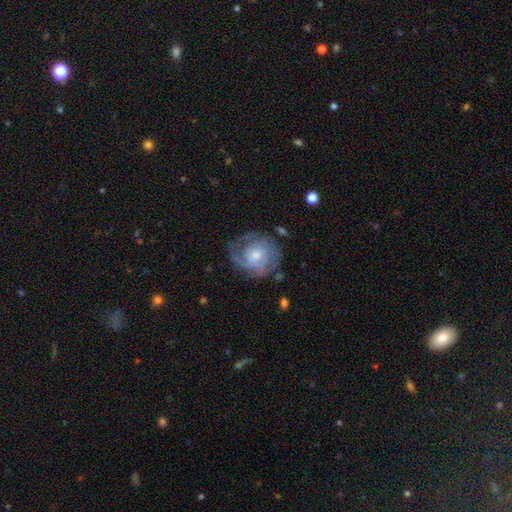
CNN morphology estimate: type=featured or disk (76%); edge-on=no (98%); bar=no (72%); spiral arms=yes (89%); winding=tight (57%); arm count=can't tell (38%); bulge=moderate (52%); merging=none (67%).